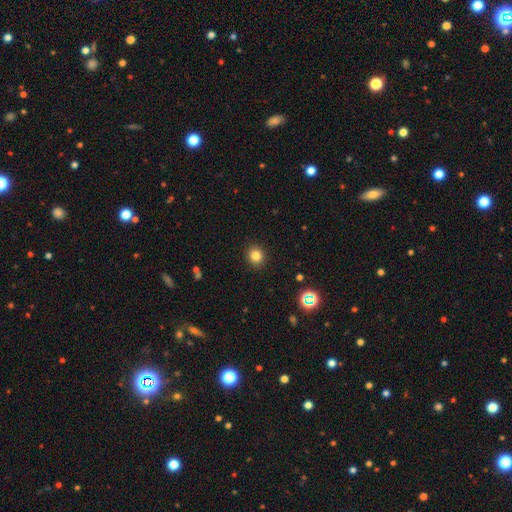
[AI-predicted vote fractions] The model was most divided on "smooth or featured": smooth: 82%, star or artifact: 13%, featured or disk: 5%. More confident: merging — none (91%); how rounded — round (86%).